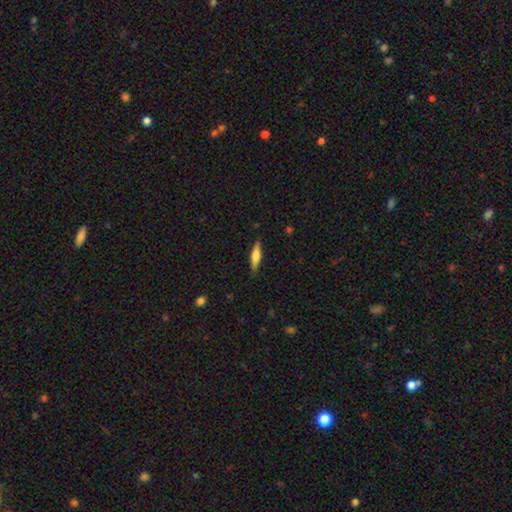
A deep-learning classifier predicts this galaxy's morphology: Smooth or featured? Predicted: smooth (p=0.55). How rounded? Predicted: cigar-shaped (p=0.75). Merging? Predicted: none (p=0.87).